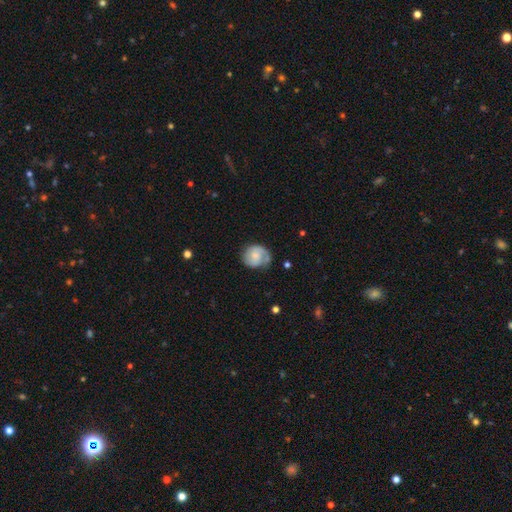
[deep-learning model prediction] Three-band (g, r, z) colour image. It shows a featured or disk galaxy (50%). Merging: none (57%).